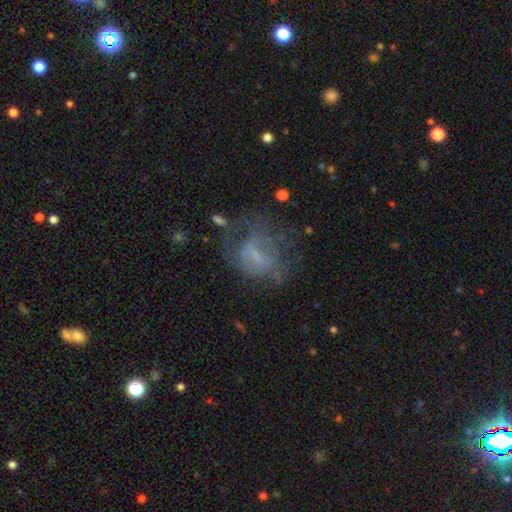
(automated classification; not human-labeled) smooth-or-featured: featured or disk: 49% | smooth: 36% | star or artifact: 15%
  merging: none: 41% | major disturbance: 34% | minor disturbance: 21% | merger: 4%